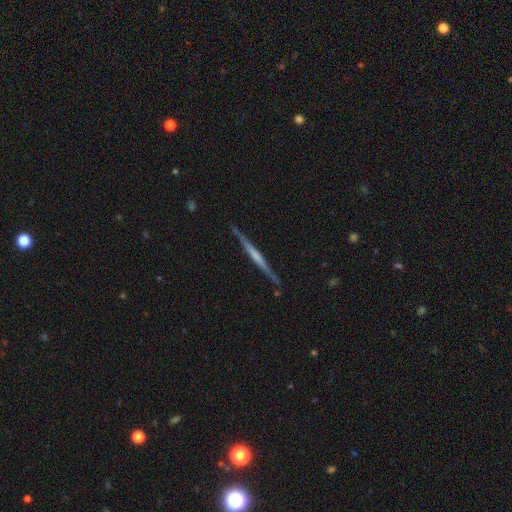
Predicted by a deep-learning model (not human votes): A featured or disk galaxy (67%) viewed edge-on (98%) with no central bulge (61%). Merging: none (87%).